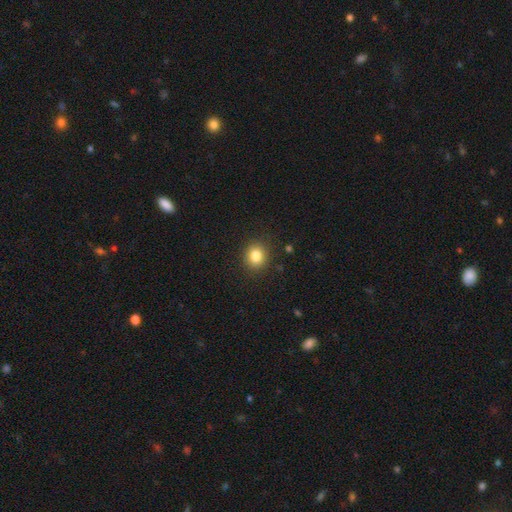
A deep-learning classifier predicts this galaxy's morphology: Q: Smooth or featured?
A: smooth (83%); runner-up: star or artifact (11%)
Q: How rounded?
A: round (74%); runner-up: in between (25%)
Q: Merging?
A: none (89%); runner-up: minor disturbance (8%)